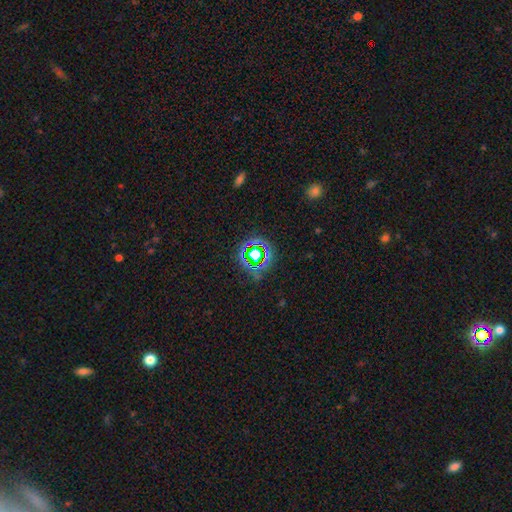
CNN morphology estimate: Overall: star or artifact (66%).